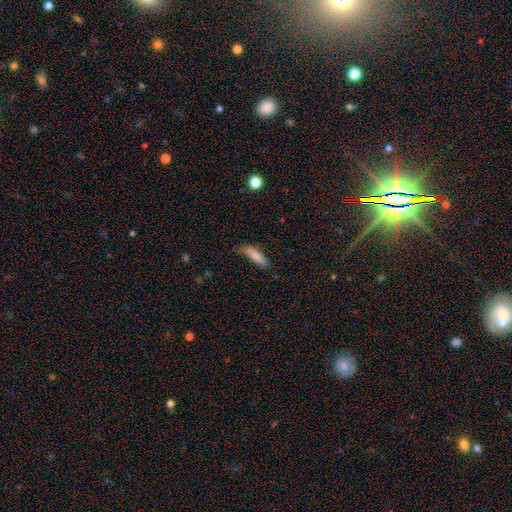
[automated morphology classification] Smooth or featured?
  - smooth: 82% *
  - featured or disk: 11%
  - star or artifact: 7%
How rounded?
  - cigar-shaped: 67% *
  - in between: 31%
  - round: 2%
Merging?
  - none: 72% *
  - minor disturbance: 22%
  - major disturbance: 5%
  - merger: 2%